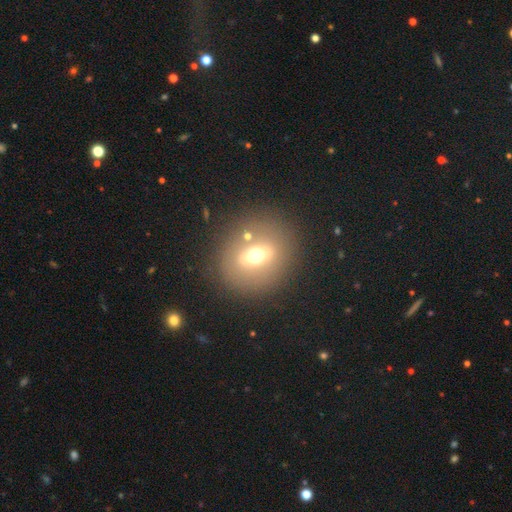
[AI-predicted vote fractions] Smooth or featured?
  - smooth: 44% *
  - featured or disk: 43%
  - star or artifact: 13%
Merging?
  - none: 81% *
  - minor disturbance: 10%
  - major disturbance: 5%
  - merger: 4%